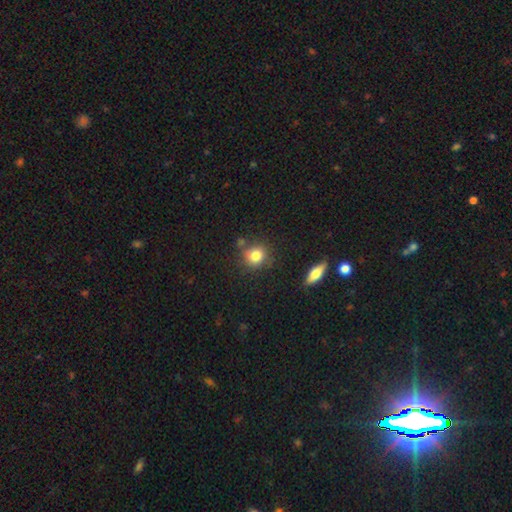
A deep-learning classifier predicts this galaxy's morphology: This is clearly a smooth galaxy (81%). How rounded: clearly round (83%). Merging: likely none (74%).